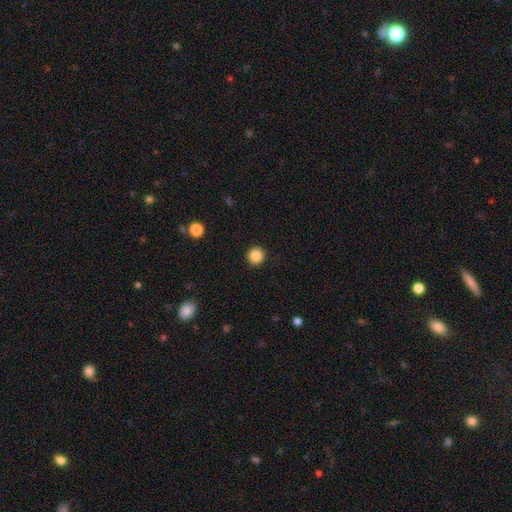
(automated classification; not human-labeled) smooth-or-featured: smooth: 86% | star or artifact: 10% | featured or disk: 4%
  how-rounded: round: 95% | in between: 4% | cigar-shaped: 1%
  merging: none: 93% | minor disturbance: 5% | major disturbance: 2% | merger: 1%